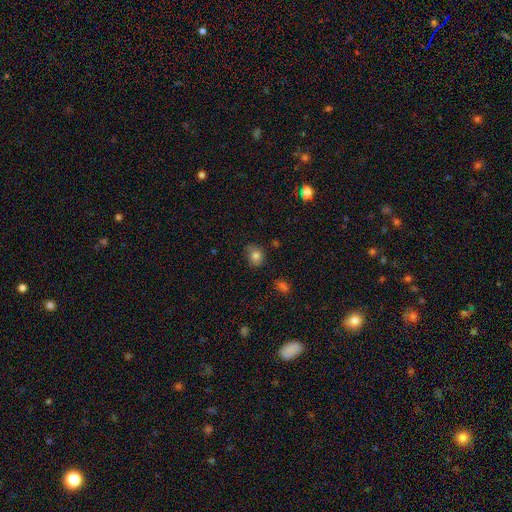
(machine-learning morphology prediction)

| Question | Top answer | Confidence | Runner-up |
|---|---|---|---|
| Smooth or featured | smooth | 81% | star or artifact (12%) |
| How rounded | round | 60% | in between (39%) |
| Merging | none | 74% | minor disturbance (20%) |